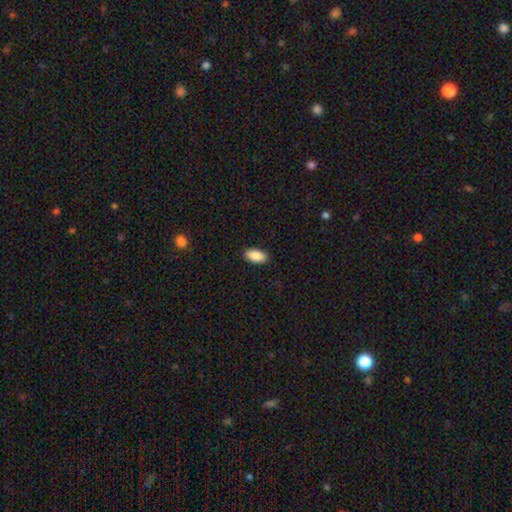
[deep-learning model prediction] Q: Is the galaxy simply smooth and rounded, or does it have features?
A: smooth — 89%.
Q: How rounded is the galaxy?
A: in between — 93%.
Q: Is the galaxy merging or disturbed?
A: none — 89%.